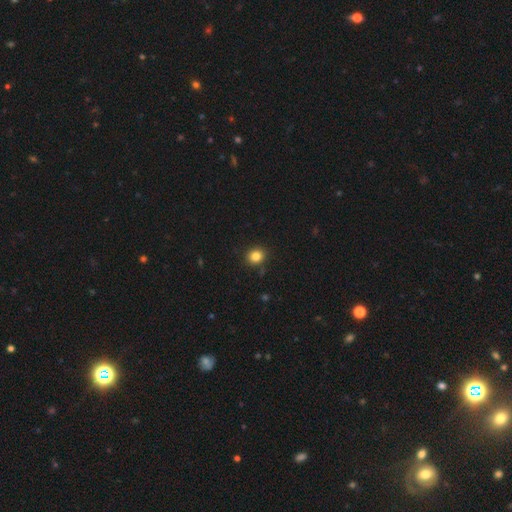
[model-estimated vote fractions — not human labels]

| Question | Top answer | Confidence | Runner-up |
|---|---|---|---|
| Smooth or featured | smooth | 83% | star or artifact (12%) |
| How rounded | round | 79% | in between (20%) |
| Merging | none | 89% | minor disturbance (7%) |